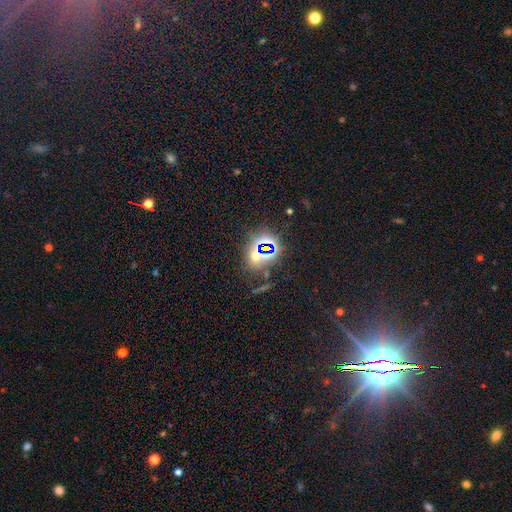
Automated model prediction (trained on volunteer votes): smooth-or-featured: star or artifact: 64% | smooth: 26% | featured or disk: 11%